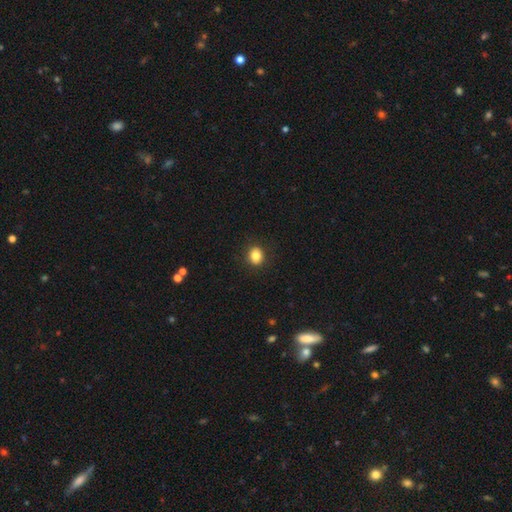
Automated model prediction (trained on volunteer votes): This is clearly a smooth galaxy (83%). How rounded: likely round (67%). Merging: clearly none (90%).